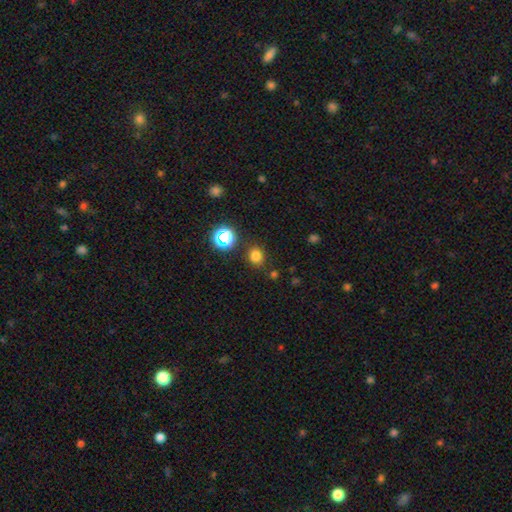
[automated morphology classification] Smooth or featured?
  - smooth: 76% *
  - star or artifact: 20%
  - featured or disk: 5%
How rounded?
  - round: 70% *
  - in between: 29%
  - cigar-shaped: 1%
Merging?
  - none: 83% *
  - minor disturbance: 10%
  - major disturbance: 4%
  - merger: 4%